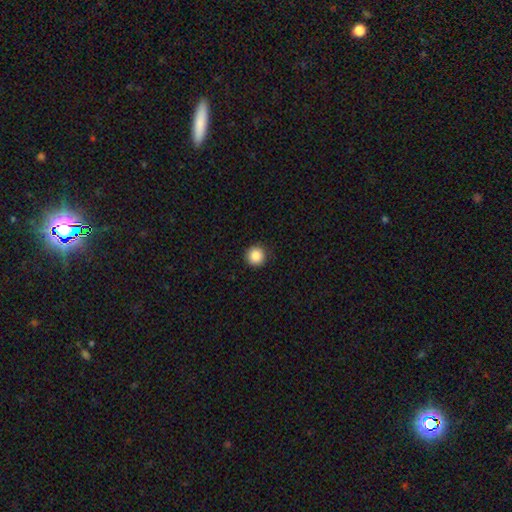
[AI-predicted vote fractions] Overall: smooth (86%). How rounded: round (96%). Merging: none (90%).